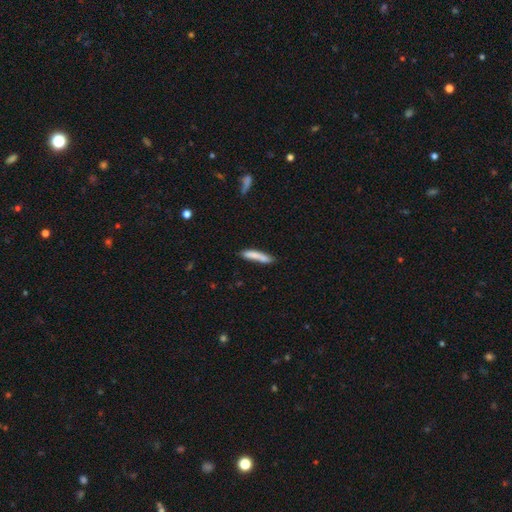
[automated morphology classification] Q: Smooth or featured?
A: smooth (78%); runner-up: featured or disk (15%)
Q: How rounded?
A: cigar-shaped (89%); runner-up: in between (10%)
Q: Merging?
A: none (67%); runner-up: minor disturbance (21%)